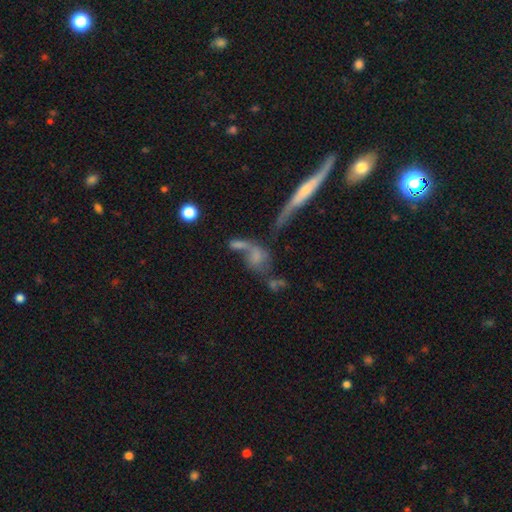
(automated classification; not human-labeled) Smooth or featured? smooth (46%)
Merging? merger (41%)